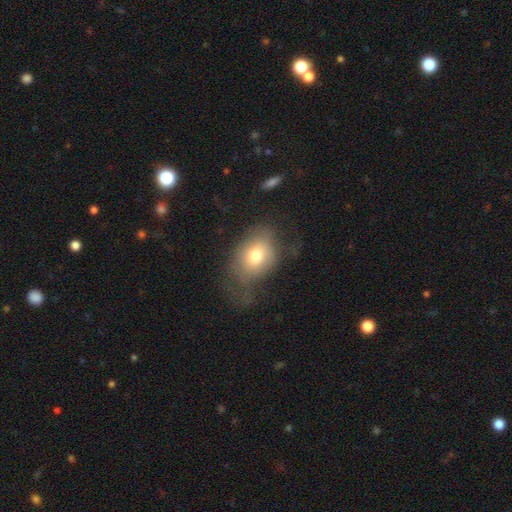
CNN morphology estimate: Overall: smooth (70%). How rounded: in between (64%; round 34%). Merging: none (40%; major disturbance 30%).